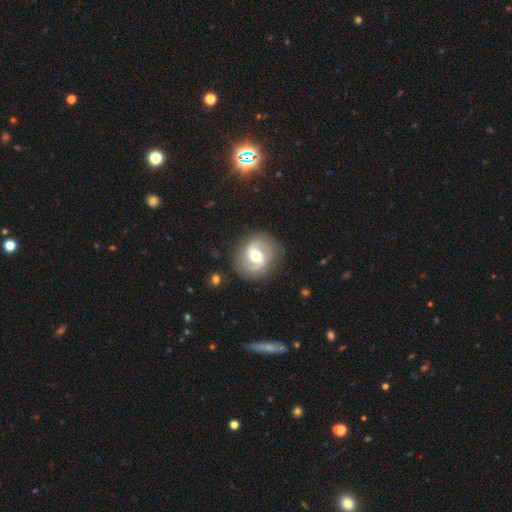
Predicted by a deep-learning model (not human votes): This is clearly a featured or disk galaxy (83%). It is clearly not viewed edge-on (98%). Bar: marginally weak (44%). Spiral arm pattern: clearly yes (94%). Spiral arm count: clearly 2 (90%). Spiral winding: possibly medium (50%). Central bulge: likely moderate (69%). Merging: clearly none (84%).